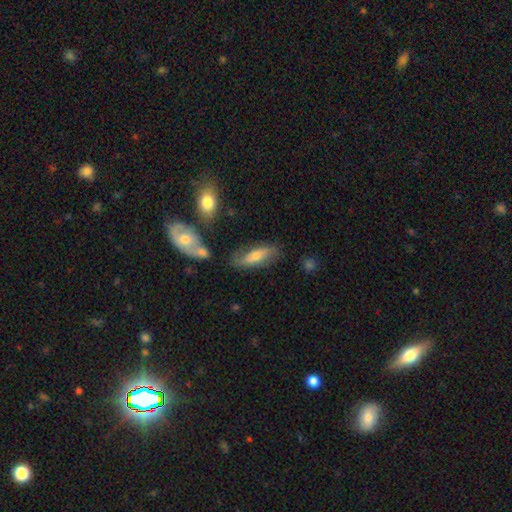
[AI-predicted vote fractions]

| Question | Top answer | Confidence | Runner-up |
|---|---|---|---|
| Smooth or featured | smooth | 56% | featured or disk (37%) |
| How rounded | in between | 60% | cigar-shaped (37%) |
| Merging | none | 72% | minor disturbance (17%) |